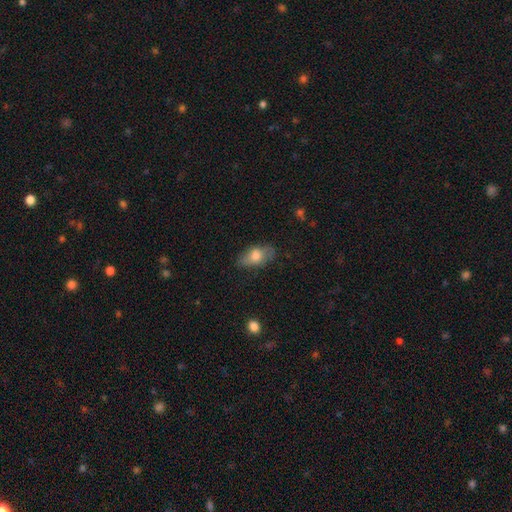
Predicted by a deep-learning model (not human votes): smooth_or_featured: smooth (p=0.70) [alt: featured or disk p=0.22]
how_rounded: in between (p=0.87) [alt: round p=0.07]
merging: none (p=0.66) [alt: minor disturbance p=0.24]